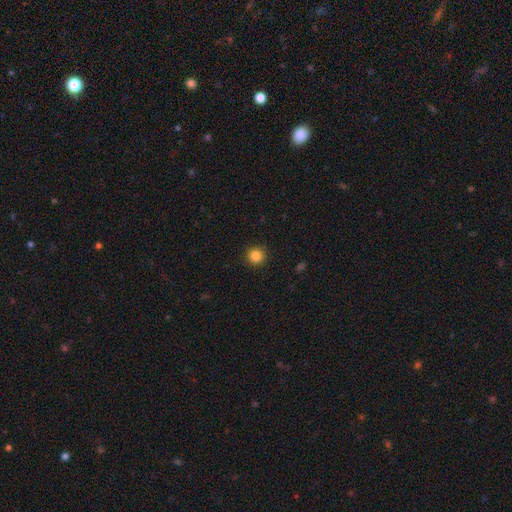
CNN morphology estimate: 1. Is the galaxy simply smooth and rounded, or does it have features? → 85% smooth, 11% star or artifact, 3% featured or disk.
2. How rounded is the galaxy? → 95% round, 4% in between, 1% cigar-shaped.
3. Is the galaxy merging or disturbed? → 92% none, 5% minor disturbance, 2% major disturbance, 1% merger.